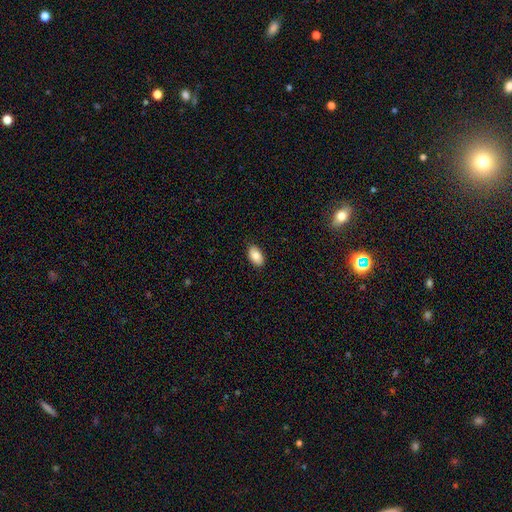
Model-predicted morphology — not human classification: A smooth galaxy with no disk features (87%) that is in between round and cigar-shaped (94%).

Vote fractions:
- Smooth or featured? smooth: 87% / star or artifact: 7% / featured or disk: 6%
- How rounded? in between: 94% / round: 4% / cigar-shaped: 2%
- Merging? none: 88% / minor disturbance: 9% / major disturbance: 2% / merger: 1%